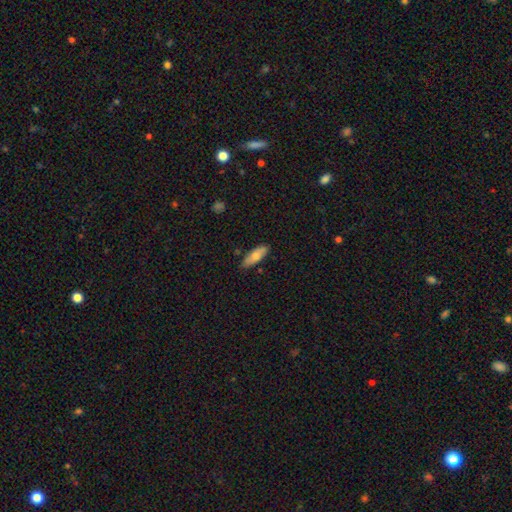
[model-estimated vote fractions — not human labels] Smooth or featured? Predicted: smooth (p=0.76). How rounded? Predicted: in between (p=0.62). Merging? Predicted: none (p=0.79).